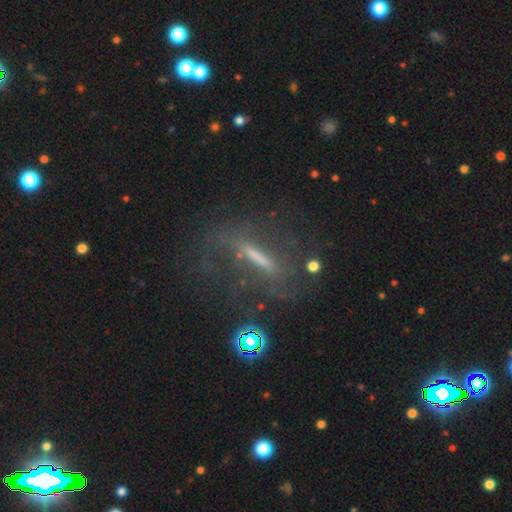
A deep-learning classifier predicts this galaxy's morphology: type=featured or disk (49%); merging=none (59%).